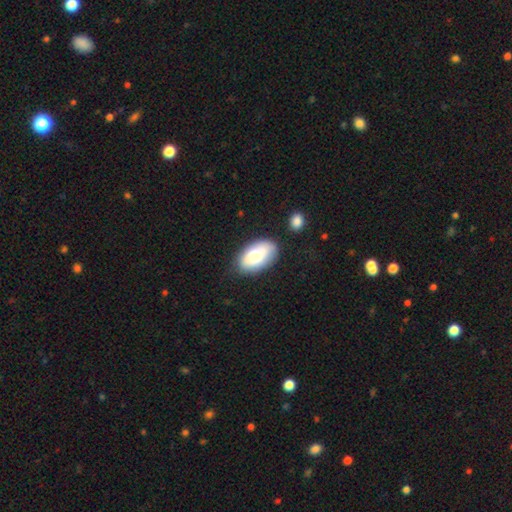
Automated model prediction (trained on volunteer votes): Smooth or featured?
  - smooth: 71% *
  - featured or disk: 22%
  - star or artifact: 7%
How rounded?
  - in between: 93% *
  - round: 5%
  - cigar-shaped: 2%
Merging?
  - none: 73% *
  - minor disturbance: 18%
  - merger: 5%
  - major disturbance: 4%